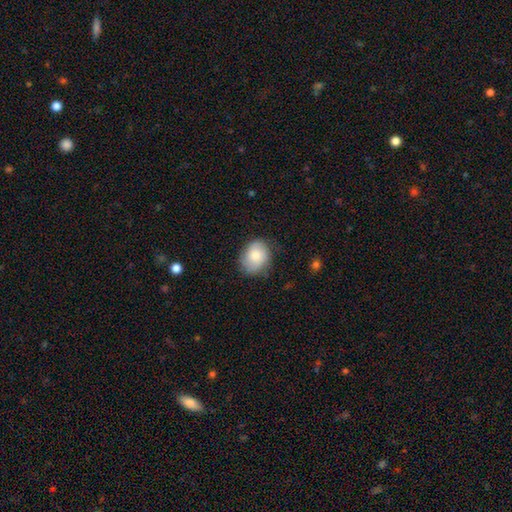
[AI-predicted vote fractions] Smooth or featured: smooth — 78% (featured or disk — 15%)
How rounded: in between — 59% (round — 40%)
Merging: none — 73% (minor disturbance — 21%)